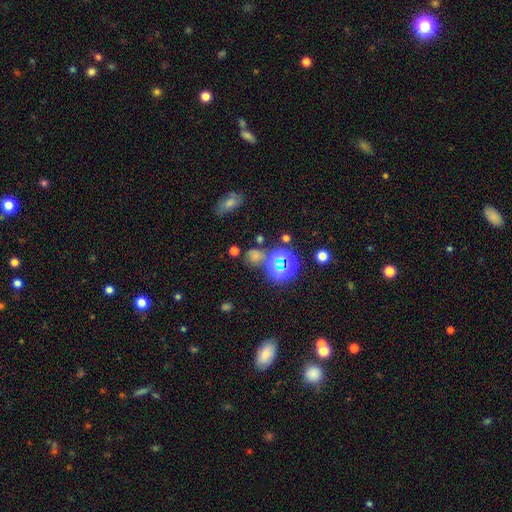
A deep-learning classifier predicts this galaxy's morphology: smooth 47%, star or artifact 45%, featured or disk 8%. Down the decision tree: merging — none (69%).